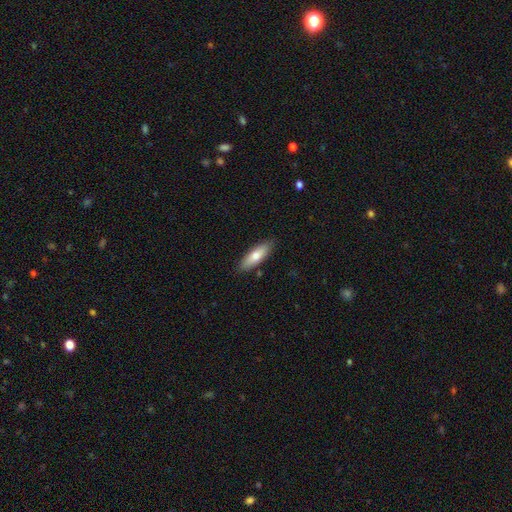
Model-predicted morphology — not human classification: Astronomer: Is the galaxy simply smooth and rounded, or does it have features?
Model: smooth — 71%.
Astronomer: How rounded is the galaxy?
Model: in between — 53% (runner-up: cigar-shaped, 45%).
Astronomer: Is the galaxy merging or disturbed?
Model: none — 86%.